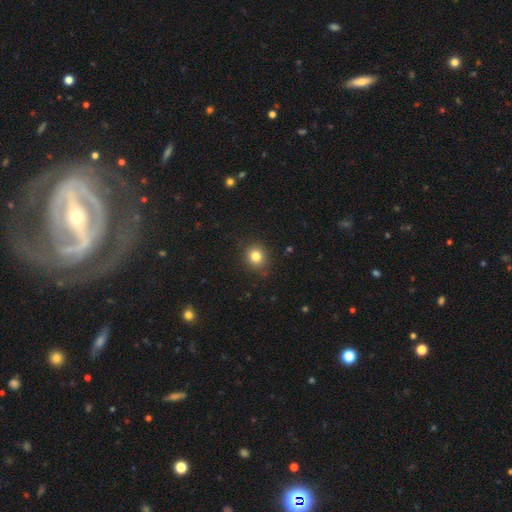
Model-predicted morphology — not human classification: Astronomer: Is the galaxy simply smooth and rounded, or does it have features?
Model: smooth — 82%.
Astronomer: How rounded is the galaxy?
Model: round — 81%.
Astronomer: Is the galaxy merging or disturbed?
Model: none — 87%.